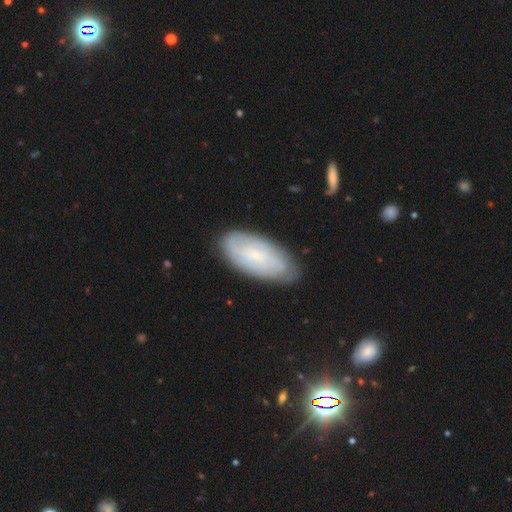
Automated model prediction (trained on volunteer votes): smooth 48%, featured or disk 45%, star or artifact 7%. Down the decision tree: merging — none (77%).